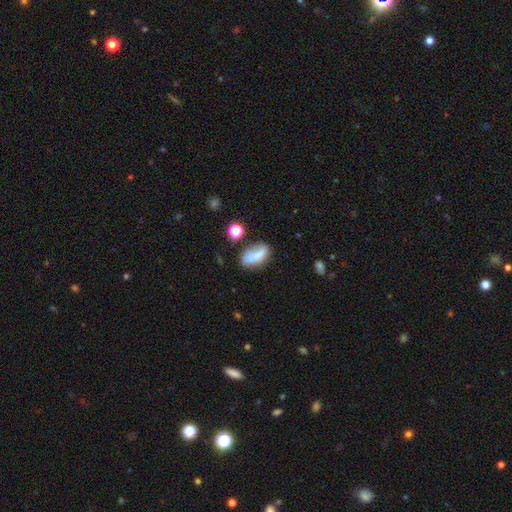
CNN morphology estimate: Overall: smooth (62%; featured or disk 28%). How rounded: in between (84%). Merging: none (43%; merger 24%).